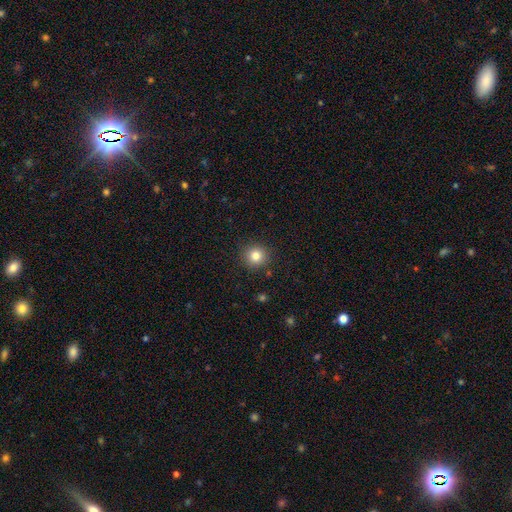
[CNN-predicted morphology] The model was most divided on "smooth or featured": smooth: 81%, star or artifact: 12%, featured or disk: 7%. More confident: how rounded — round (93%); merging — none (90%).